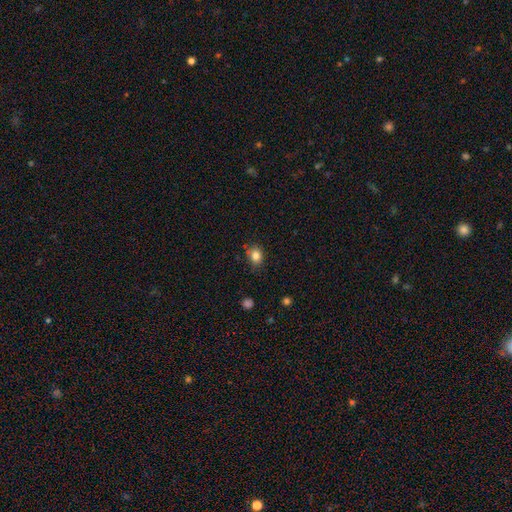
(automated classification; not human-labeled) This is clearly a smooth galaxy (82%). How rounded: possibly round (54%). Merging: likely none (71%).